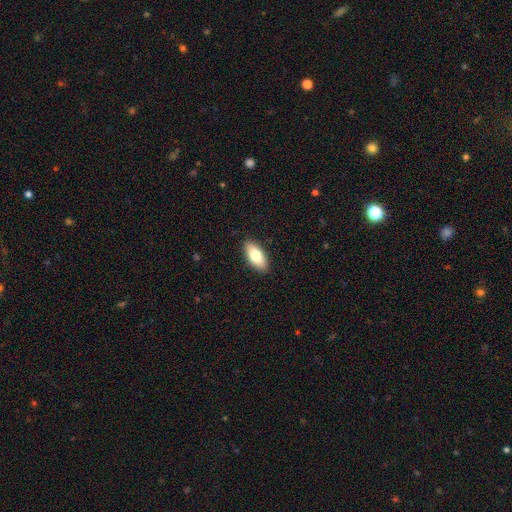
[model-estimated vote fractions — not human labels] smooth_or_featured: smooth (p=0.76) [alt: featured or disk p=0.17]
how_rounded: in between (p=0.88) [alt: cigar-shaped p=0.09]
merging: none (p=0.89) [alt: minor disturbance p=0.08]